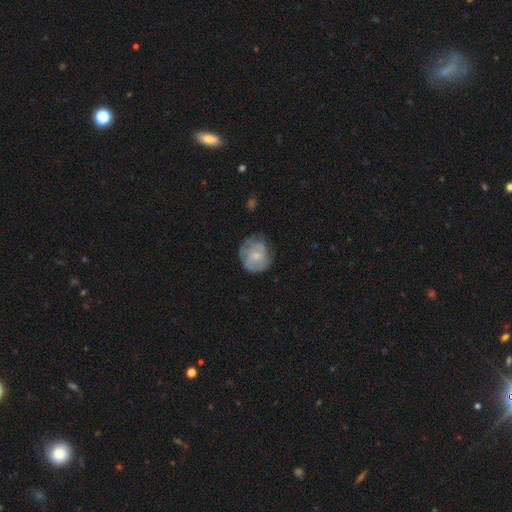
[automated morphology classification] A smooth galaxy with no disk features (48%).

Vote fractions:
- Smooth or featured? smooth: 48% / featured or disk: 45% / star or artifact: 7%
- Merging? none: 60% / minor disturbance: 27% / major disturbance: 12% / merger: 2%